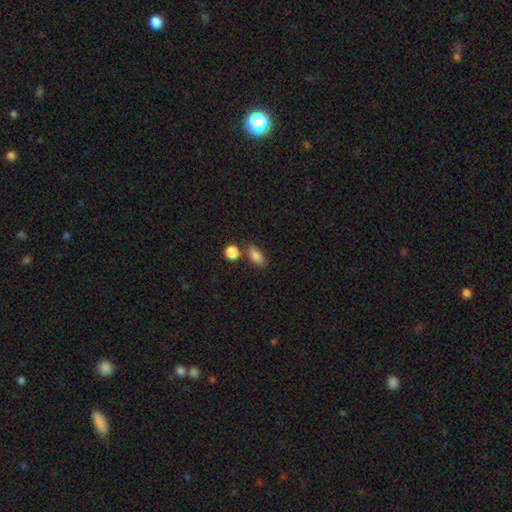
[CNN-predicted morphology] Smooth or featured? smooth (82%)
How rounded? in between (82%)
Merging? none (69%)